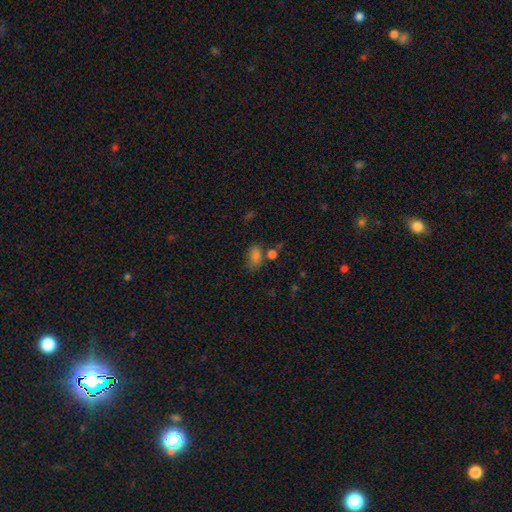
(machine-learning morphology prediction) type=smooth (76%); roundness=in between (84%); merging=none (61%).